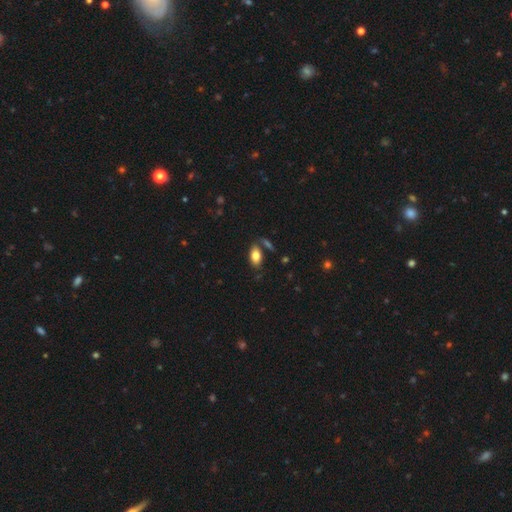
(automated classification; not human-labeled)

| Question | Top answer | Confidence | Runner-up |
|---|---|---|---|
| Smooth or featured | smooth | 81% | featured or disk (12%) |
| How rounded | in between | 91% | cigar-shaped (5%) |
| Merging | none | 74% | minor disturbance (13%) |